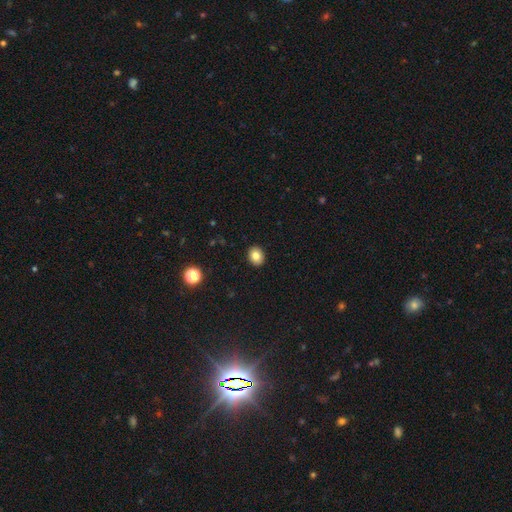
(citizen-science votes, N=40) Volunteers were most divided on "how rounded": in between: 62%, round: 38%, cigar-shaped: 0%. More confident: merging — none (95%); smooth or featured — smooth (80%).